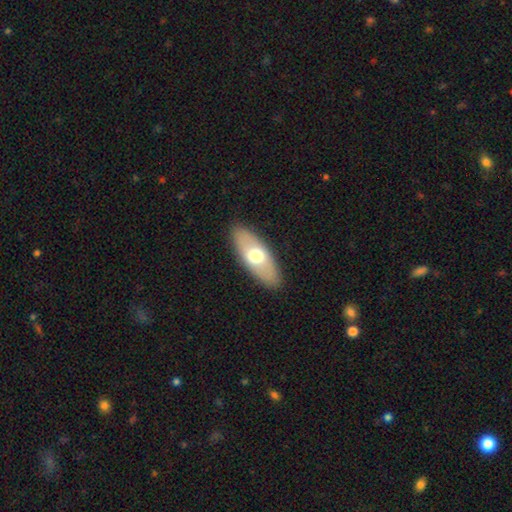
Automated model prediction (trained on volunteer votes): This is possibly a smooth galaxy (60%). How rounded: likely in between (79%). Merging: clearly none (88%).